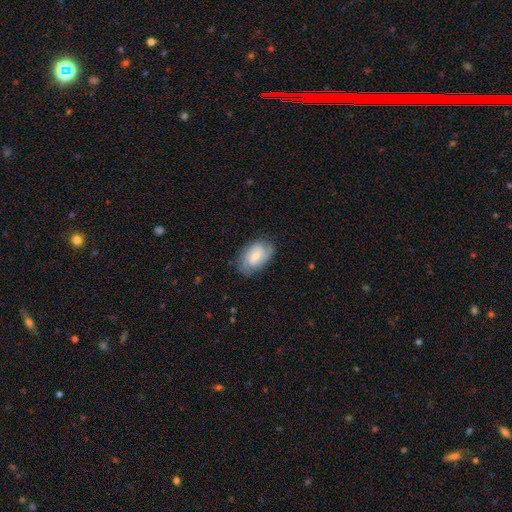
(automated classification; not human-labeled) A featured or disk galaxy (47%).

Vote fractions:
- Smooth or featured? featured or disk: 47% / smooth: 46% / star or artifact: 7%
- Merging? none: 73% / minor disturbance: 20% / major disturbance: 6% / merger: 1%